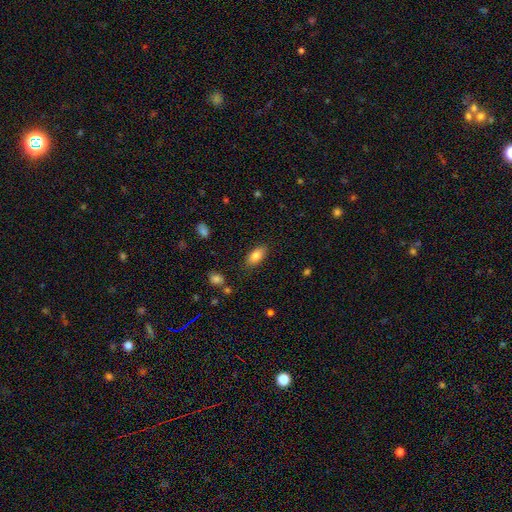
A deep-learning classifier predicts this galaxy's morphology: Smooth or featured? smooth (82%)
How rounded? in between (89%)
Merging? none (83%)